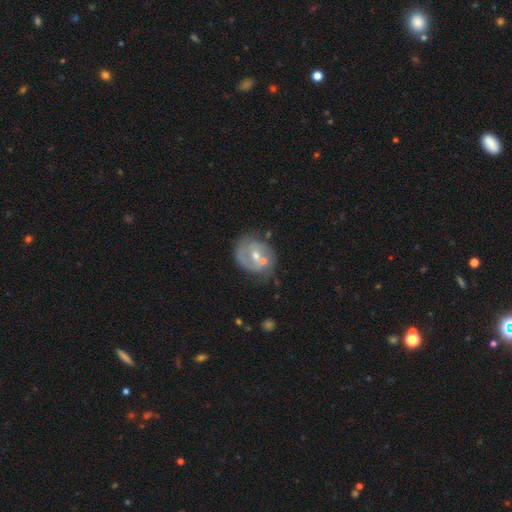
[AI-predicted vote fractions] Smooth or featured? featured or disk (69%)
Edge-on disk? no (97%)
Bar? no (55%)
Spiral arms? yes (70%)
Bulge size? moderate (56%)
Merging? none (50%)